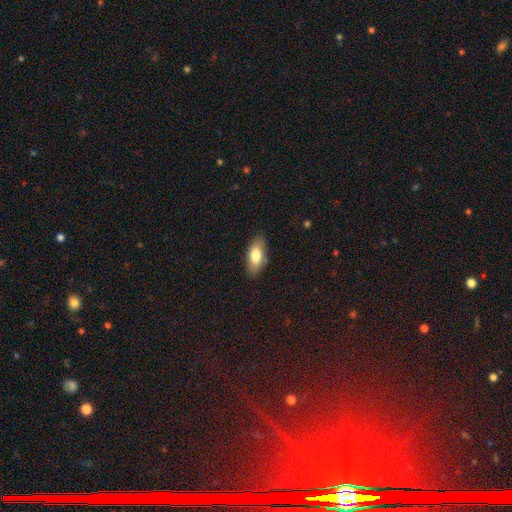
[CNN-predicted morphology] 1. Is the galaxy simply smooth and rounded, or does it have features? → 78% smooth, 15% featured or disk, 6% star or artifact.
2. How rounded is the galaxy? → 86% in between, 11% cigar-shaped, 3% round.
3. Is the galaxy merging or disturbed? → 85% none, 11% minor disturbance, 2% major disturbance, 1% merger.